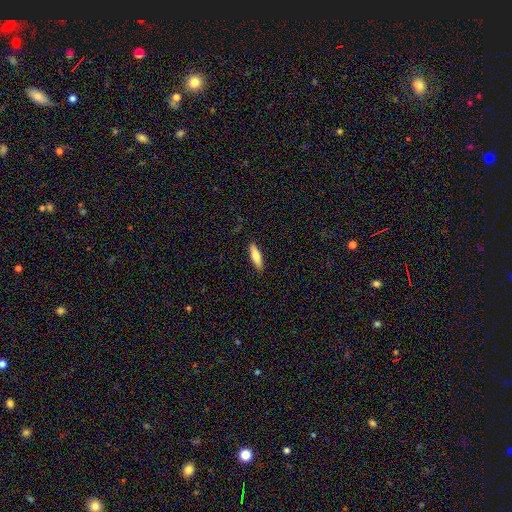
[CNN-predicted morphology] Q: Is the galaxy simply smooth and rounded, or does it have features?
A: smooth — 72%.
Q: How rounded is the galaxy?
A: cigar-shaped — 57%.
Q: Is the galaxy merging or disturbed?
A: none — 88%.